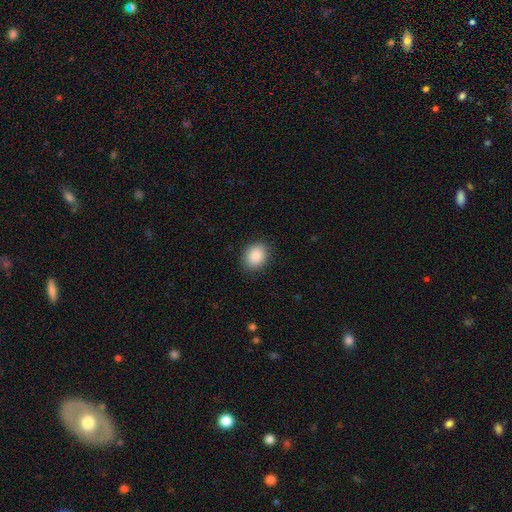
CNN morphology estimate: The model was most divided on "how rounded": in between: 55%, round: 44%, cigar-shaped: 1%. More confident: smooth or featured — smooth (89%); merging — none (87%).